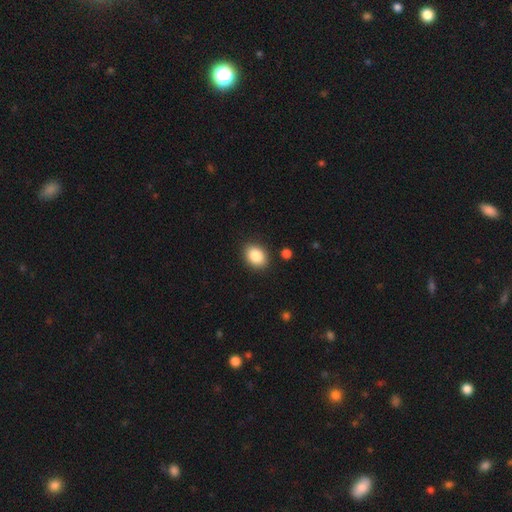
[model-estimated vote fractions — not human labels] Smooth or featured: smooth — 87% (star or artifact — 8%)
How rounded: in between — 72% (round — 27%)
Merging: none — 88% (minor disturbance — 8%)